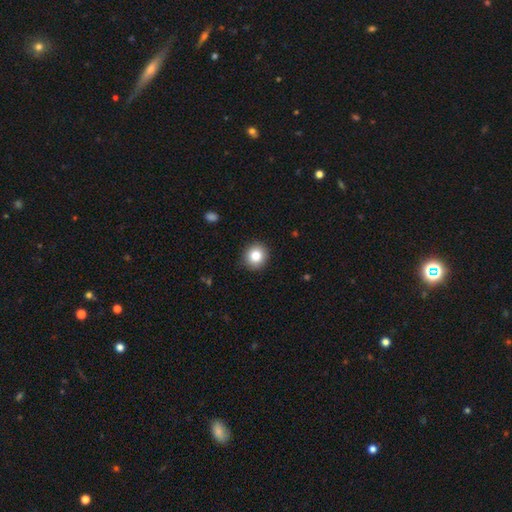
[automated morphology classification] Smooth or featured: smooth — 83% (star or artifact — 10%)
How rounded: round — 86% (in between — 13%)
Merging: none — 90% (minor disturbance — 7%)